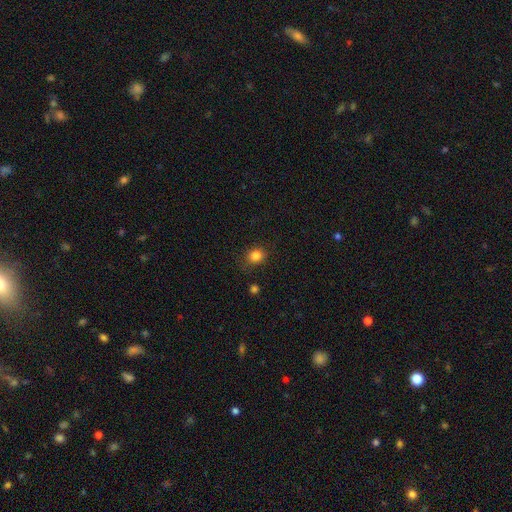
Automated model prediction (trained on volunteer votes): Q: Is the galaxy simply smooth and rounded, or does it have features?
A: smooth — 83%.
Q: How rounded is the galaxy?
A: round — 77%.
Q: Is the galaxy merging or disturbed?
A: none — 83%.